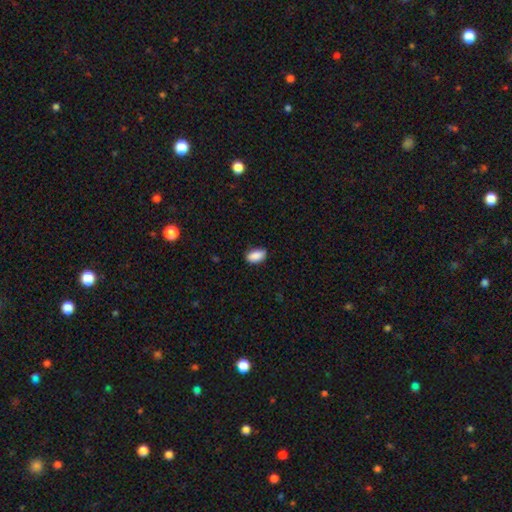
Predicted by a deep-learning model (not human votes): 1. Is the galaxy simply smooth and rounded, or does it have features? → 90% smooth, 7% star or artifact, 3% featured or disk.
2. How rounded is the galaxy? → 93% in between, 4% round, 3% cigar-shaped.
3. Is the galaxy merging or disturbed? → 83% none, 13% minor disturbance, 2% major disturbance, 1% merger.